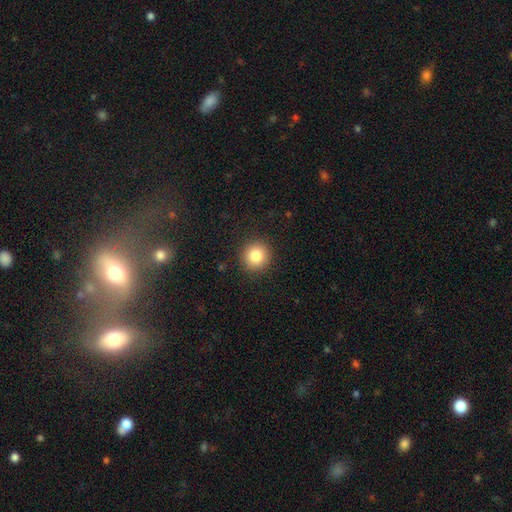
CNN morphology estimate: This appears to be a smooth galaxy with no disk features (85%) that is round (92%). Merging: none (91%).